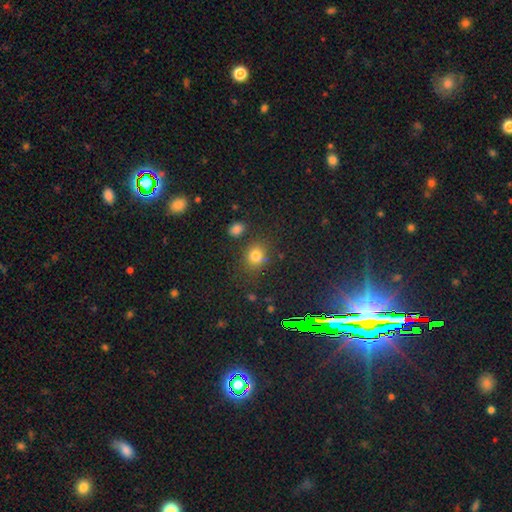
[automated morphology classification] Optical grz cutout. It shows a smooth galaxy with no disk features (76%) that is round (66%). Merging: none (73%).